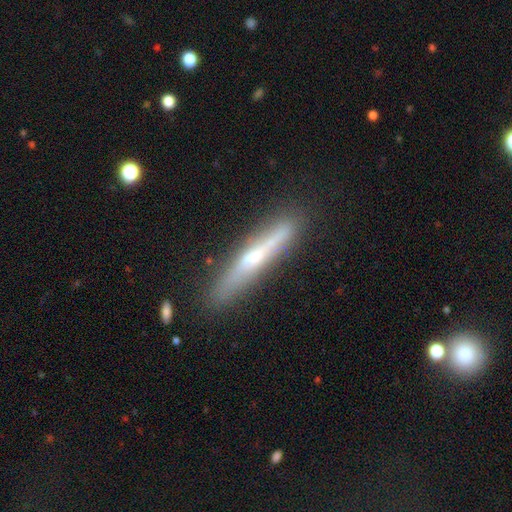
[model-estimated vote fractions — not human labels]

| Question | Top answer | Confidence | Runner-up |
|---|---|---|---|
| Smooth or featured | featured or disk | 58% | smooth (35%) |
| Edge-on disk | yes | 91% | no (9%) |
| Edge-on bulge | rounded | 56% | none (34%) |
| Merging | none | 82% | minor disturbance (13%) |